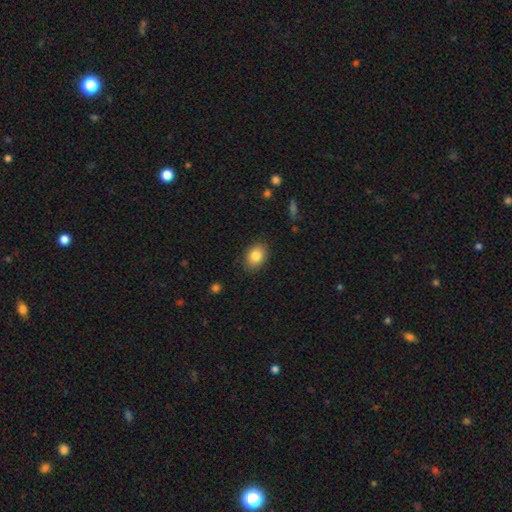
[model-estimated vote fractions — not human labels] A smooth galaxy with no disk features (84%) that is in between round and cigar-shaped (74%). Merging: none (87%).